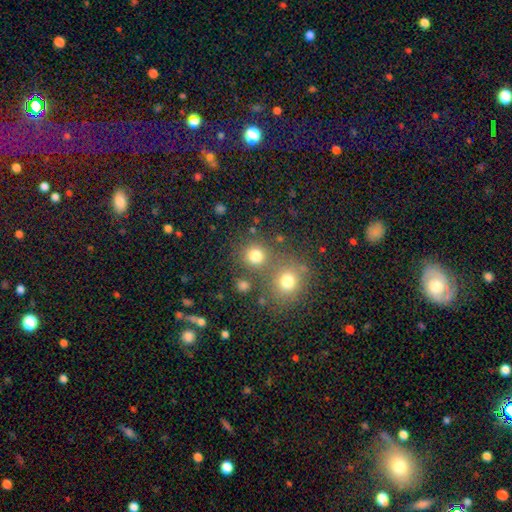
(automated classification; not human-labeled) Morphology: type=smooth (78%); roundness=round (89%); merging=none (64%).